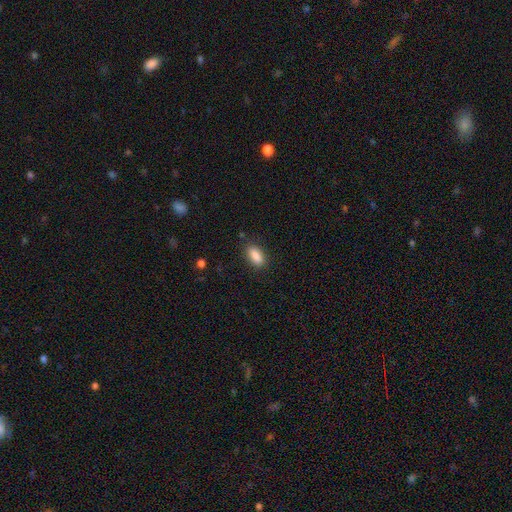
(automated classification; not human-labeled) Smooth or featured: smooth — 88% (star or artifact — 8%)
How rounded: in between — 86% (cigar-shaped — 11%)
Merging: none — 84% (minor disturbance — 11%)